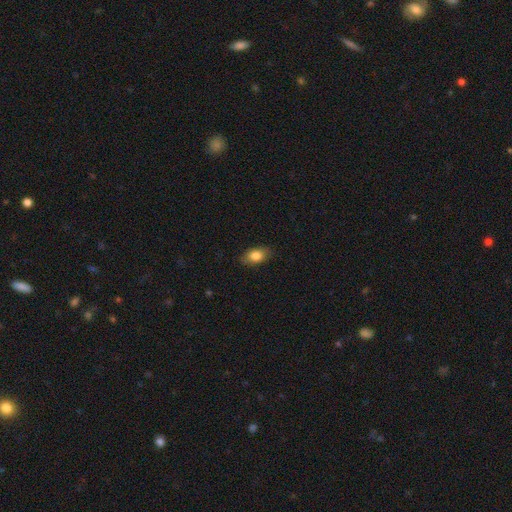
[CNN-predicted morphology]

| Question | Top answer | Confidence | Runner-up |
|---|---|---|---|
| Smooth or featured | smooth | 83% | featured or disk (9%) |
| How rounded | in between | 89% | round (9%) |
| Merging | none | 83% | minor disturbance (14%) |